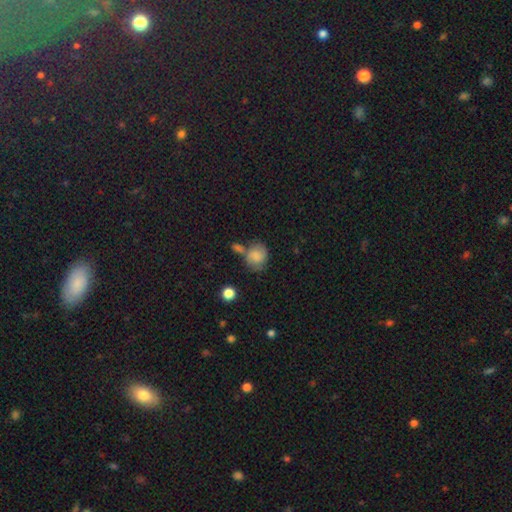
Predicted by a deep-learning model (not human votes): Smooth or featured? smooth (71%)
How rounded? round (64%)
Merging? none (43%)